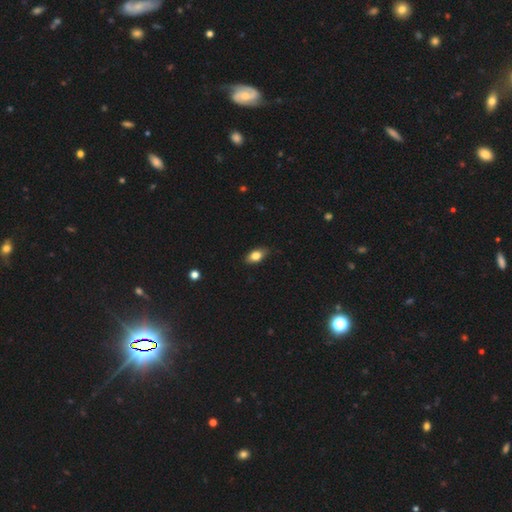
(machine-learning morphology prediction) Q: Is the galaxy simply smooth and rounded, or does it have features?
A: smooth — 79%.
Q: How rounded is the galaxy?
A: in between — 86%.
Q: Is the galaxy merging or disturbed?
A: none — 83%.